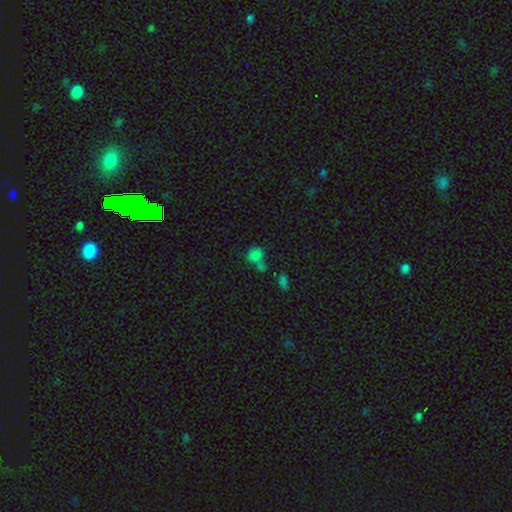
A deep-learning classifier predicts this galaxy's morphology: smooth_or_featured: smooth (p=0.72) [alt: star or artifact p=0.20]
how_rounded: round (p=0.67) [alt: in between p=0.31]
merging: merger (p=0.44) [alt: none p=0.37]